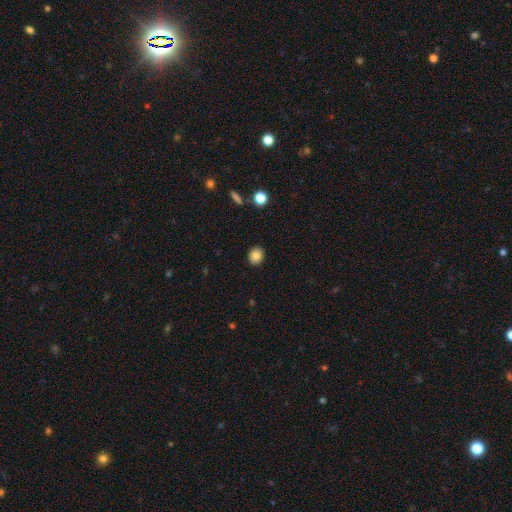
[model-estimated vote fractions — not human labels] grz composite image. It shows a smooth galaxy with no disk features (82%) that is round (63%). Merging: none (90%).